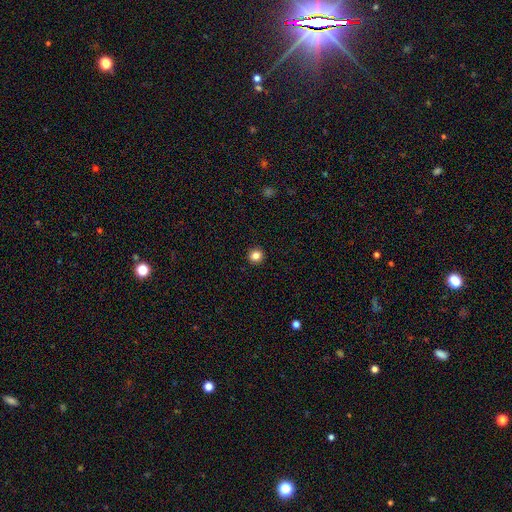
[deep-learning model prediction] This appears to be a smooth galaxy with no disk features (84%) that is round (93%). Merging: none (93%).